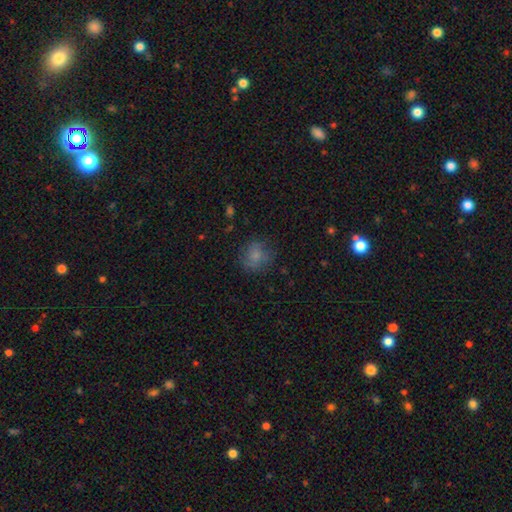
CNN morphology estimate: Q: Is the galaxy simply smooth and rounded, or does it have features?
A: smooth — 74%.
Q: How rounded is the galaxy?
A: round — 81%.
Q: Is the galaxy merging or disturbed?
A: none — 71%.